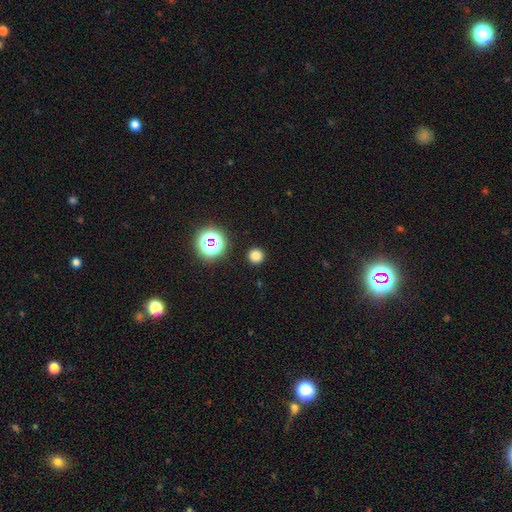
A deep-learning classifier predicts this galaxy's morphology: Smooth or featured: smooth — 76% (star or artifact — 19%)
How rounded: round — 95% (in between — 4%)
Merging: none — 92% (minor disturbance — 5%)